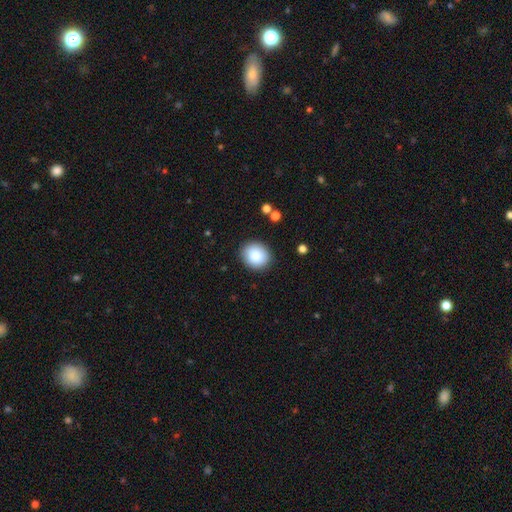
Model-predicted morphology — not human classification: The model was most divided on "how rounded": round: 75%, in between: 25%, cigar-shaped: 1%. More confident: merging — none (89%); smooth or featured — smooth (86%).